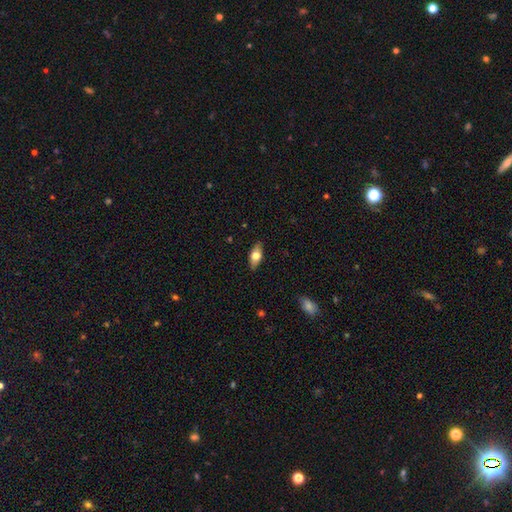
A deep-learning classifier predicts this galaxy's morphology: Smooth or featured: smooth — 56% (featured or disk — 37%)
How rounded: in between — 78% (cigar-shaped — 17%)
Merging: none — 86% (minor disturbance — 10%)